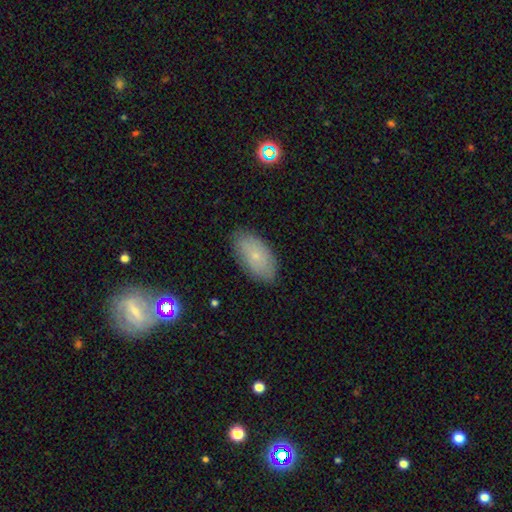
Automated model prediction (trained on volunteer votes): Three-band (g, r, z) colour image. It shows a smooth galaxy with no disk features (69%) that is in between round and cigar-shaped (93%). Merging: none (84%).